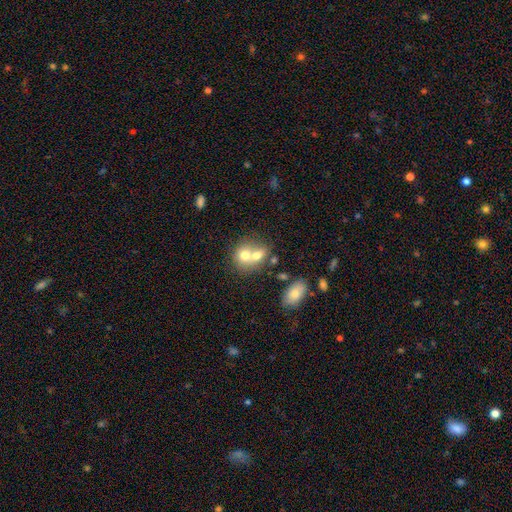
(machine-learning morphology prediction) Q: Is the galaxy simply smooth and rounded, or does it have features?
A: smooth — 65%.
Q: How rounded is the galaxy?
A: round — 64%.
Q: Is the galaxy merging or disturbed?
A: merger — 66%.